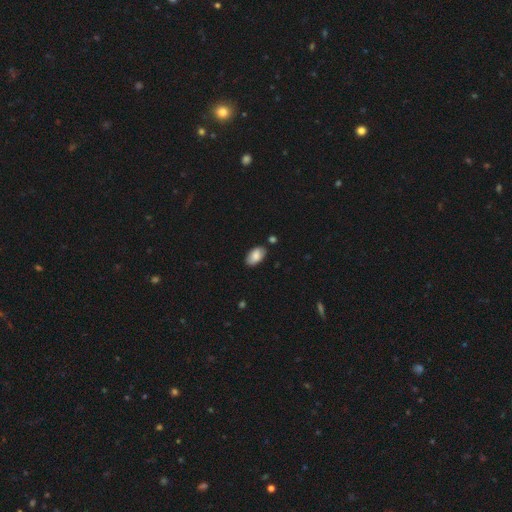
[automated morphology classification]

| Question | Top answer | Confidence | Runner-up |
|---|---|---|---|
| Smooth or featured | smooth | 83% | featured or disk (10%) |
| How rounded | in between | 95% | round (3%) |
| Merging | none | 81% | minor disturbance (13%) |